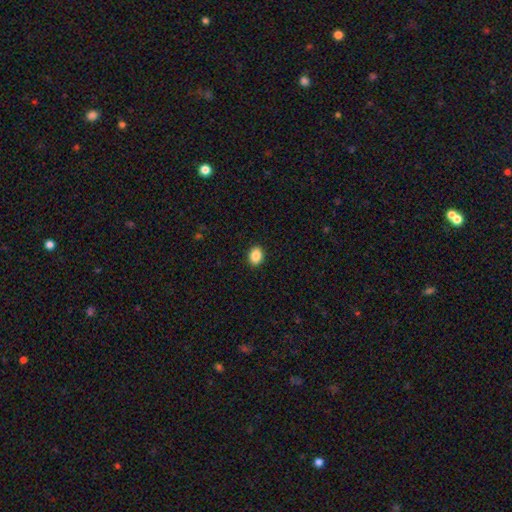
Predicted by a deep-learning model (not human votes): smooth-or-featured: smooth: 87% | star or artifact: 9% | featured or disk: 4%
  how-rounded: in between: 63% | round: 36% | cigar-shaped: 1%
  merging: none: 91% | minor disturbance: 6% | major disturbance: 2% | merger: 1%